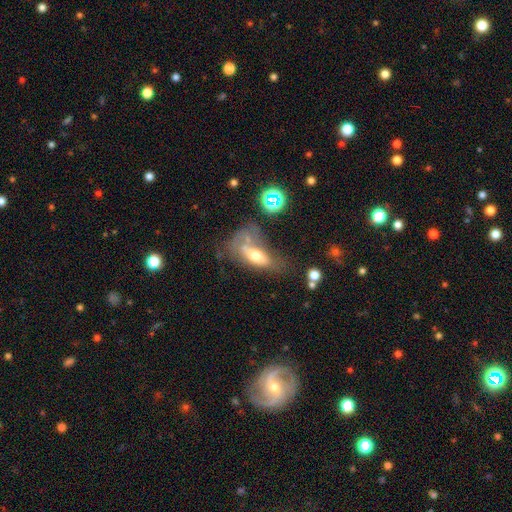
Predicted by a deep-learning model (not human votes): A smooth galaxy with no disk features (52%) that is in between round and cigar-shaped (78%).

Vote fractions:
- Smooth or featured? smooth: 52% / featured or disk: 35% / star or artifact: 13%
- How rounded? in between: 78% / cigar-shaped: 15% / round: 7%
- Merging? merger: 29% (tied) / major disturbance: 29% (tied) / none: 24% / minor disturbance: 18%